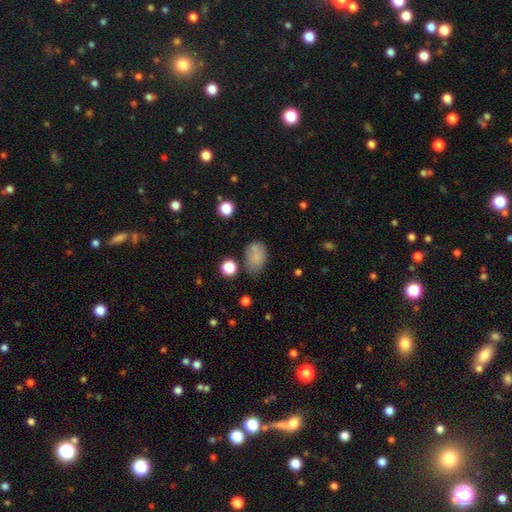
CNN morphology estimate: A smooth galaxy with no disk features (77%) that is in between round and cigar-shaped (81%). Merging: none (54%).